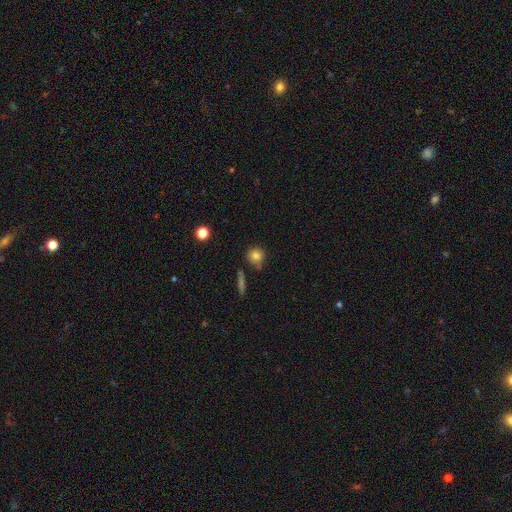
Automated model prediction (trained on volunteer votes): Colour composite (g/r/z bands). It shows a smooth galaxy with no disk features (82%) that is round (89%). Merging: none (74%).